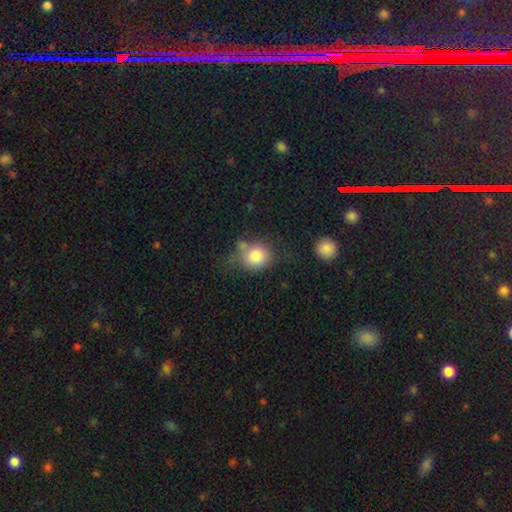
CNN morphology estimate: This appears to be a smooth galaxy with no disk features (80%) that is round (72%). Merging: none (45%).